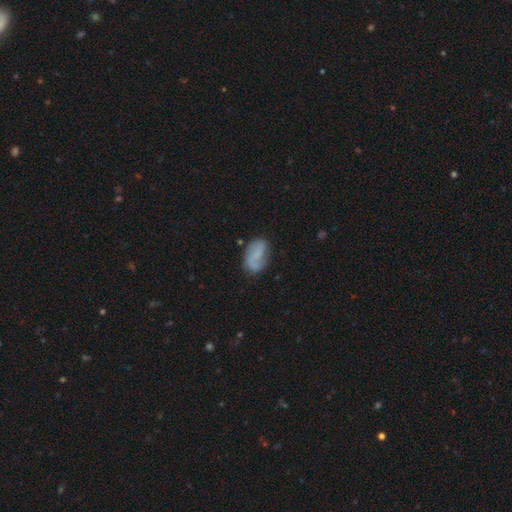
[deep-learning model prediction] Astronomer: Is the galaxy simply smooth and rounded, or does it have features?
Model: smooth — 54% (runner-up: featured or disk, 37%).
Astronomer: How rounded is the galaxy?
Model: in between — 91%.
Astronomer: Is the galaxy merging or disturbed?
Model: none — 61%.